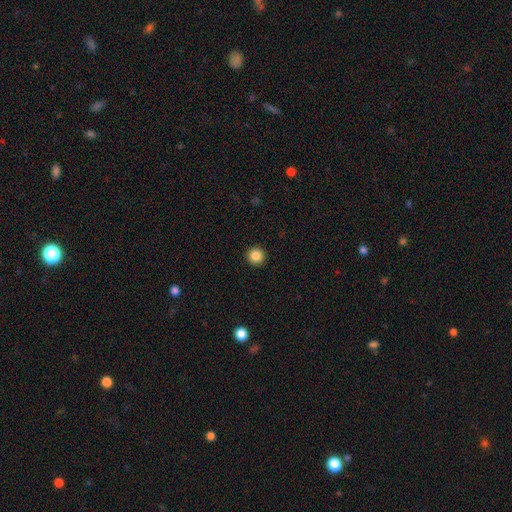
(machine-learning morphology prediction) This is clearly a smooth galaxy (86%). How rounded: clearly round (96%). Merging: clearly none (94%).